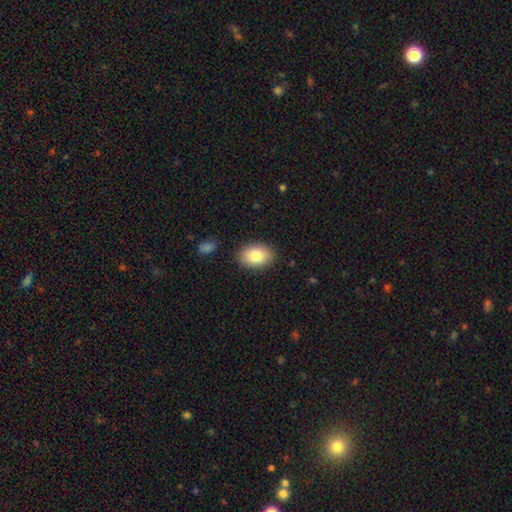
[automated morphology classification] Overall: smooth (83%). How rounded: in between (84%). Merging: none (87%).